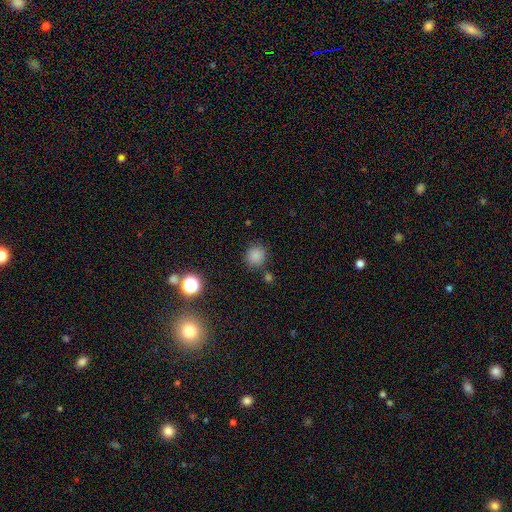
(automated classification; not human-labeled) This is clearly a smooth galaxy (83%). How rounded: clearly round (88%). Merging: clearly none (80%).